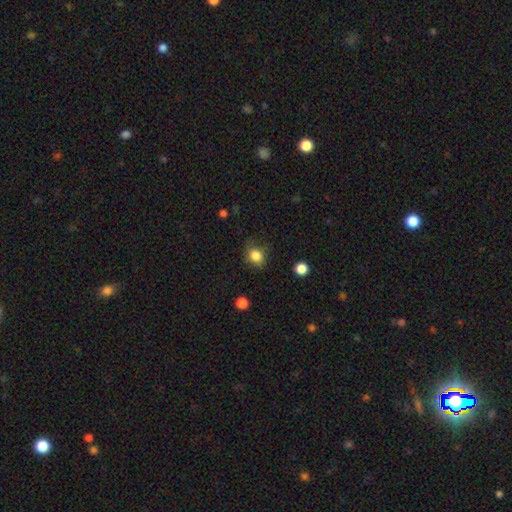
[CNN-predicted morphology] A smooth galaxy with no disk features (84%) that is round (64%). Merging: none (71%).